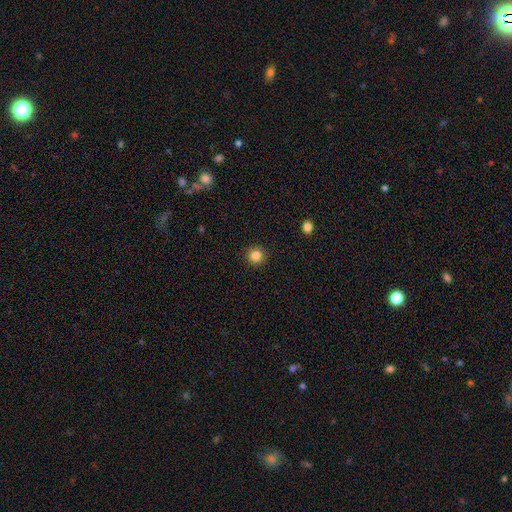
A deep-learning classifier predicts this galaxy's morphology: This appears to be a smooth galaxy with no disk features (84%) that is round (94%). Merging: none (92%).